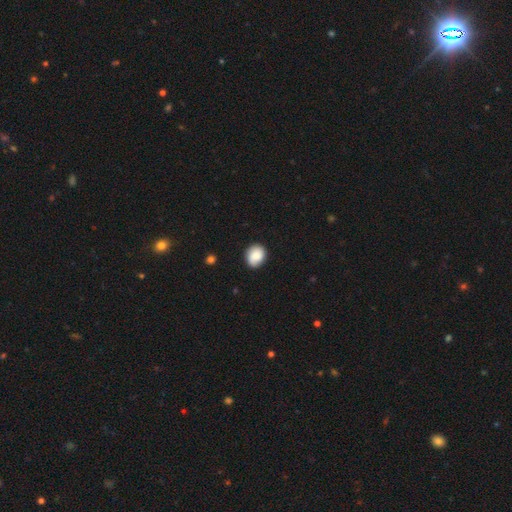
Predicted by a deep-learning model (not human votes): Smooth or featured? Predicted: smooth (p=0.82). How rounded? Predicted: round (p=0.54). Merging? Predicted: none (p=0.78).